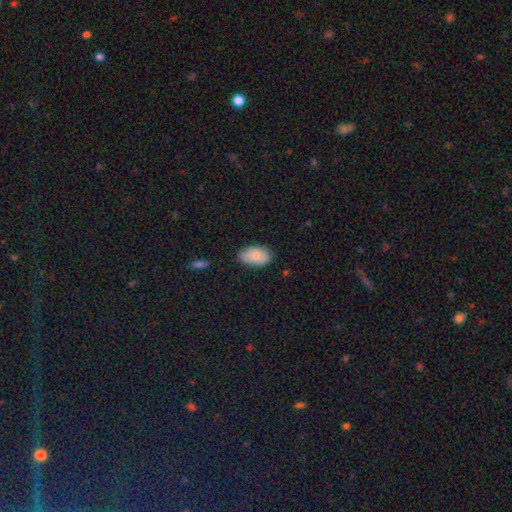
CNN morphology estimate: The model was most divided on "merging": none: 81%, minor disturbance: 15%, major disturbance: 3%, merger: 1%. More confident: how rounded — in between (94%); smooth or featured — smooth (87%).